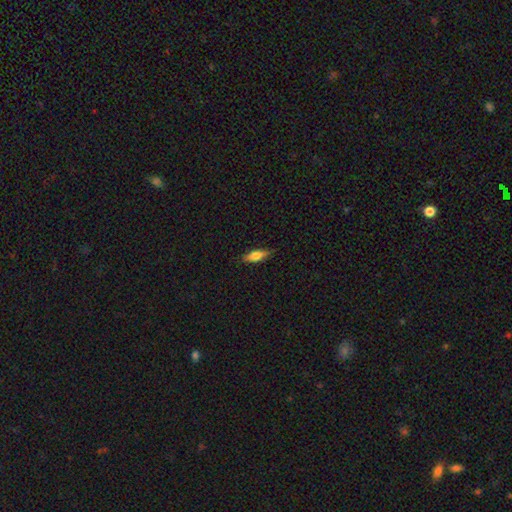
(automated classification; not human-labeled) Smooth or featured: smooth — 66% (featured or disk — 27%)
How rounded: in between — 55% (cigar-shaped — 42%)
Merging: none — 84% (minor disturbance — 13%)